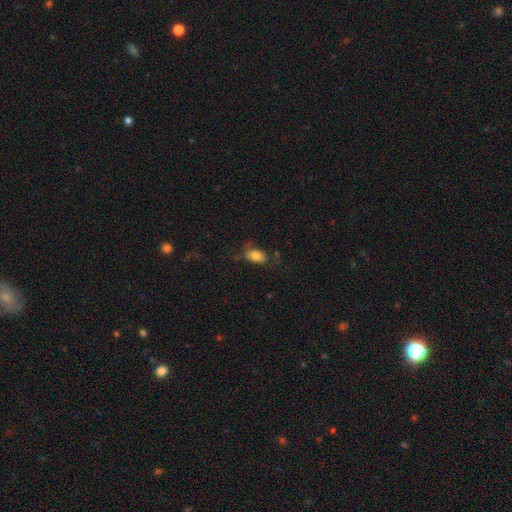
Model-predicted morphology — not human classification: A smooth galaxy with no disk features (80%) that is in between round and cigar-shaped (89%).

Vote fractions:
- Smooth or featured? smooth: 80% / featured or disk: 11% / star or artifact: 9%
- How rounded? in between: 89% / round: 8% / cigar-shaped: 3%
- Merging? none: 64% / minor disturbance: 22% / major disturbance: 11% / merger: 2%